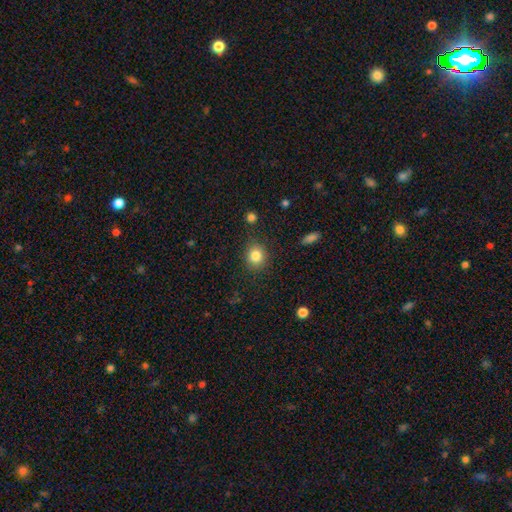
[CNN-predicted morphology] This appears to be a smooth galaxy with no disk features (84%) that is round (76%). Merging: none (84%).